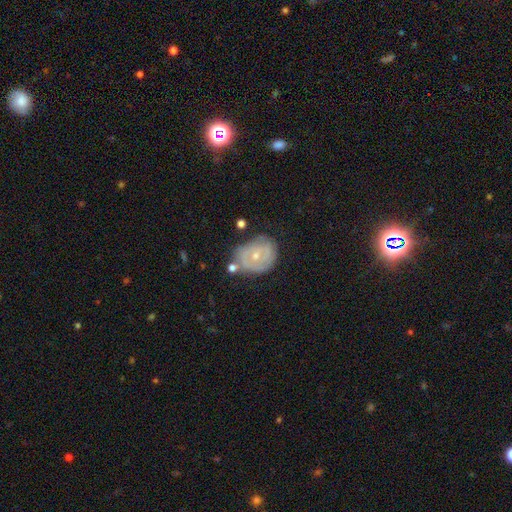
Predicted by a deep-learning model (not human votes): A featured or disk galaxy (67%) with no bar (67%), spiral arms (73%) and a small central bulge (58%).

Vote fractions:
- Smooth or featured? featured or disk: 67% / smooth: 26% / star or artifact: 8%
- Edge-on disk? no: 97% / yes: 3%
- Bar? no: 67% / weak: 27% / strong: 5%
- Spiral arms? yes: 73% / no: 27%
- Bulge size? small: 58% / moderate: 39% / none: 1% / large: 1% / dominant: 1%
- Merging? none: 60% / minor disturbance: 25% / major disturbance: 8% / merger: 7%